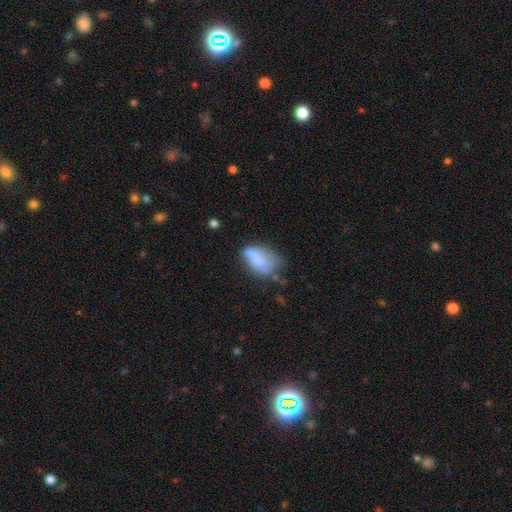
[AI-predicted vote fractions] smooth-or-featured: smooth: 67% | featured or disk: 24% | star or artifact: 9%
  how-rounded: in between: 88% | round: 8% | cigar-shaped: 4%
  merging: none: 34% | minor disturbance: 33% | major disturbance: 21% | merger: 11%